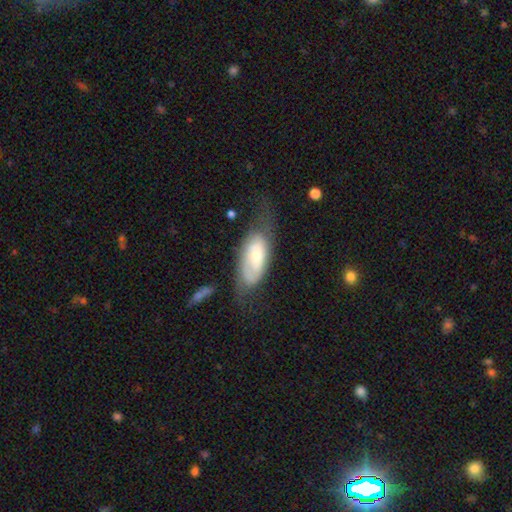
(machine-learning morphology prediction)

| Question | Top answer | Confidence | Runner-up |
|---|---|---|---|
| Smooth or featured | featured or disk | 51% | smooth (43%) |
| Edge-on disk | no | 85% | yes (15%) |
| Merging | none | 46% | minor disturbance (28%) |